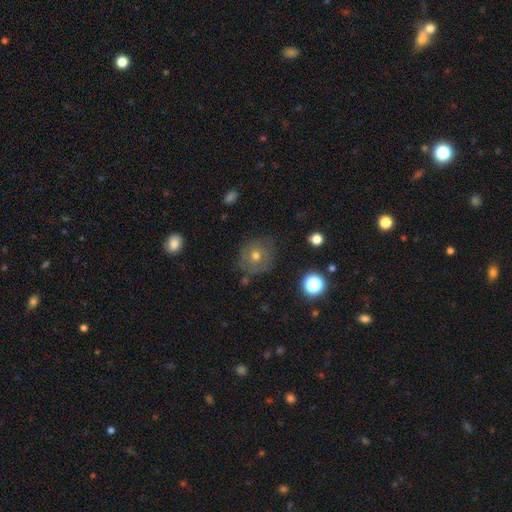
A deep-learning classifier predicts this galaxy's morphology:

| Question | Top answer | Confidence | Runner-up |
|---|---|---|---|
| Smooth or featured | smooth | 55% | featured or disk (29%) |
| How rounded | round | 88% | in between (11%) |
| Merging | none | 73% | minor disturbance (18%) |